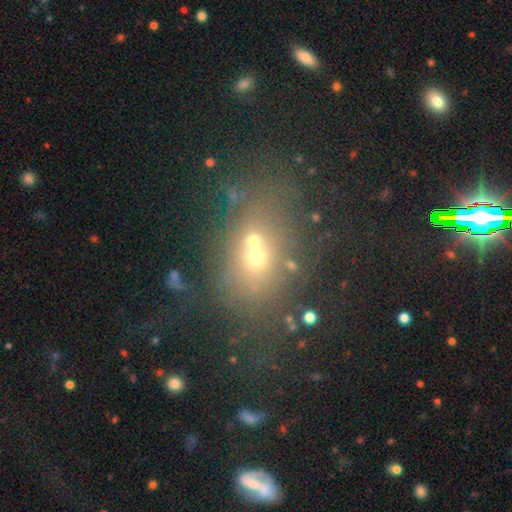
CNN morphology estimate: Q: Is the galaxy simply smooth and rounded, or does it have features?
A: smooth — 49%.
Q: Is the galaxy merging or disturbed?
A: none — 44%.